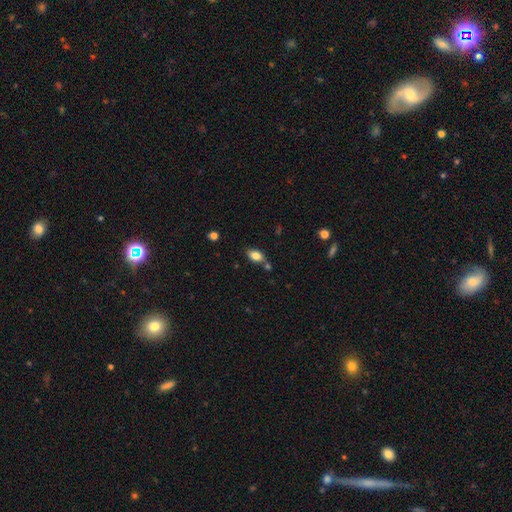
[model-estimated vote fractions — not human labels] smooth_or_featured: smooth (p=0.81) [alt: featured or disk p=0.11]
how_rounded: in between (p=0.89) [alt: round p=0.07]
merging: none (p=0.70) [alt: minor disturbance p=0.15]